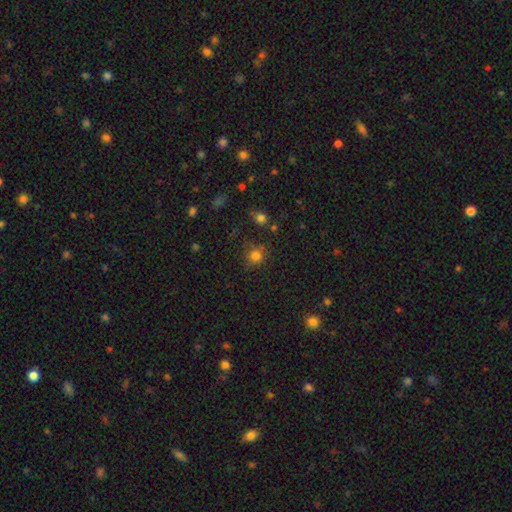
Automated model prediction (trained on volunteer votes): Smooth or featured? Predicted: smooth (p=0.77). How rounded? Predicted: round (p=0.88). Merging? Predicted: none (p=0.76).